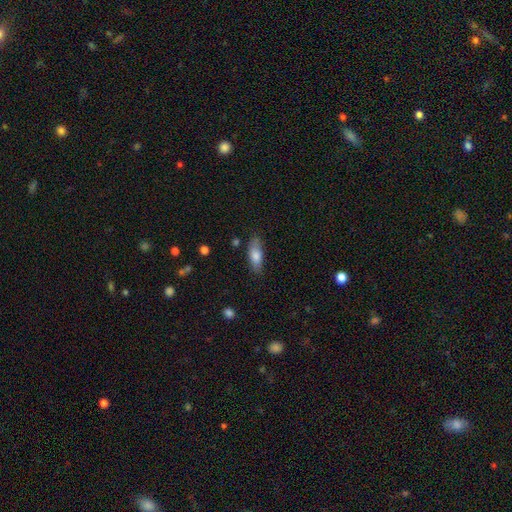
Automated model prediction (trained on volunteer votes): Smooth or featured?
  - smooth: 77% *
  - featured or disk: 17%
  - star or artifact: 7%
How rounded?
  - in between: 68% *
  - cigar-shaped: 30%
  - round: 3%
Merging?
  - none: 78% *
  - minor disturbance: 17%
  - major disturbance: 4%
  - merger: 2%